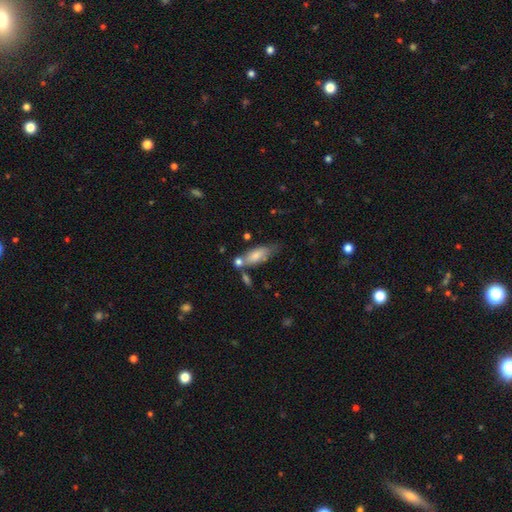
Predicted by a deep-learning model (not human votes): smooth-or-featured: smooth: 74% | featured or disk: 19% | star or artifact: 7%
  how-rounded: in between: 71% | cigar-shaped: 26% | round: 2%
  merging: none: 47% | minor disturbance: 23% | merger: 21% | major disturbance: 8%